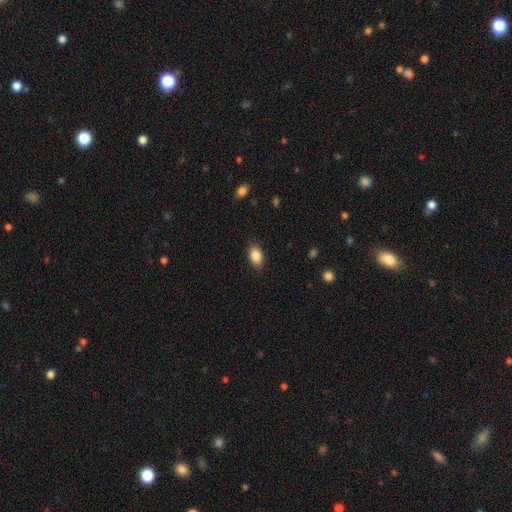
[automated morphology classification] smooth-or-featured: smooth: 88% | star or artifact: 8% | featured or disk: 5%
  how-rounded: in between: 89% | round: 10% | cigar-shaped: 2%
  merging: none: 87% | minor disturbance: 9% | major disturbance: 2% | merger: 1%